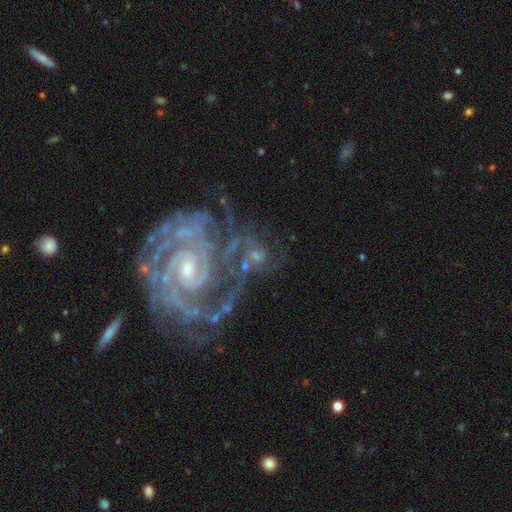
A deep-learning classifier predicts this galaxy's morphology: Overall: featured or disk (87%). Edge-on disk: no (97%). Bar: no (50%; weak 34%). Spiral arms: yes (97%). Spiral arm count: 2 (34%; 3 21%). Spiral winding: tight (70%). Bulge size: small (55%; moderate 37%). Merging: none (52%; minor disturbance 18%).